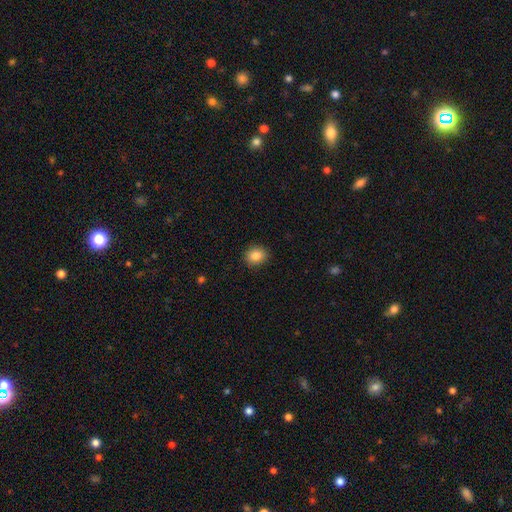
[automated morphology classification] Smooth or featured? smooth (85%)
How rounded? round (61%)
Merging? none (89%)